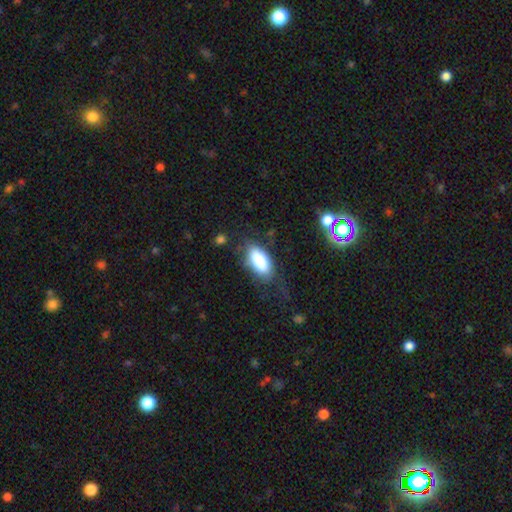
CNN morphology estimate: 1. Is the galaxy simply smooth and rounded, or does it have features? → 84% smooth, 10% featured or disk, 7% star or artifact.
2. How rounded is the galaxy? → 92% in between, 6% cigar-shaped, 3% round.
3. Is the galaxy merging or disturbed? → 63% none, 22% minor disturbance, 12% major disturbance, 3% merger.